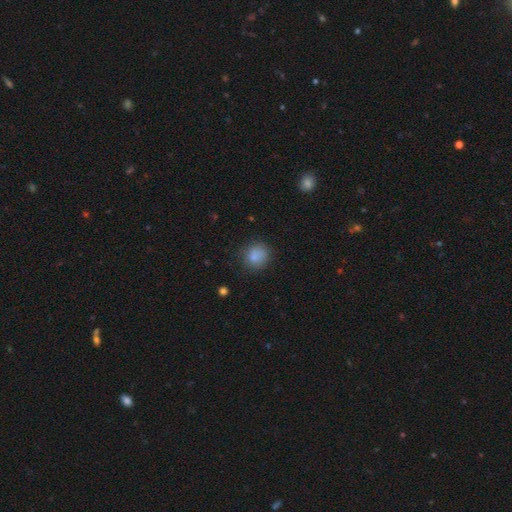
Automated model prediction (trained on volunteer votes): A smooth galaxy with no disk features (81%) that is round (83%).

Vote fractions:
- Smooth or featured? smooth: 81% / star or artifact: 10% / featured or disk: 8%
- How rounded? round: 83% / in between: 16% / cigar-shaped: 1%
- Merging? none: 75% / minor disturbance: 16% / major disturbance: 5% / merger: 4%